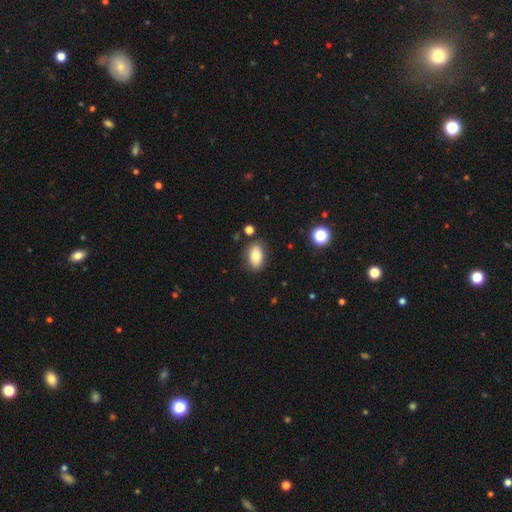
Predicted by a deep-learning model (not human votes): Smooth or featured: smooth — 80% (featured or disk — 12%)
How rounded: in between — 90% (round — 7%)
Merging: none — 83% (minor disturbance — 11%)